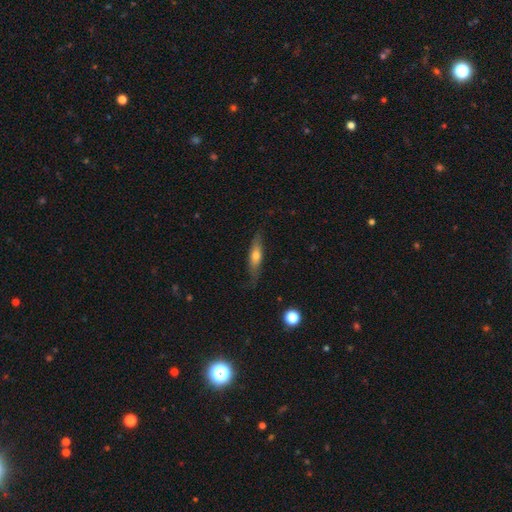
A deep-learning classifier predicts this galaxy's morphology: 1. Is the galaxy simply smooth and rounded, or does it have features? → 56% smooth, 38% featured or disk, 6% star or artifact.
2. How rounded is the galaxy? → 66% cigar-shaped, 32% in between, 3% round.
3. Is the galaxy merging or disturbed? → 74% none, 20% minor disturbance, 5% major disturbance, 1% merger.